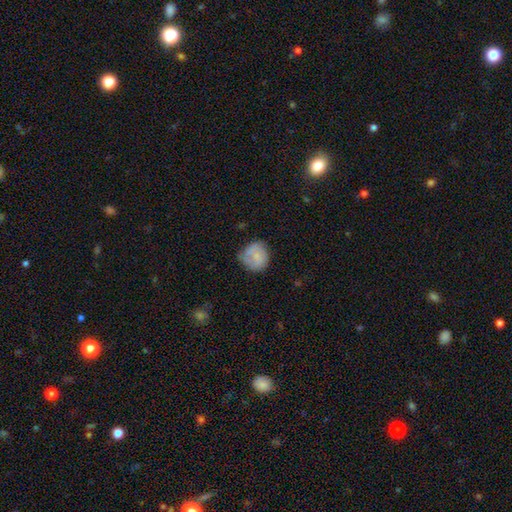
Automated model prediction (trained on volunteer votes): smooth_or_featured: smooth (p=0.71) [alt: featured or disk p=0.21]
how_rounded: round (p=0.82) [alt: in between p=0.17]
merging: none (p=0.55) [alt: minor disturbance p=0.31]